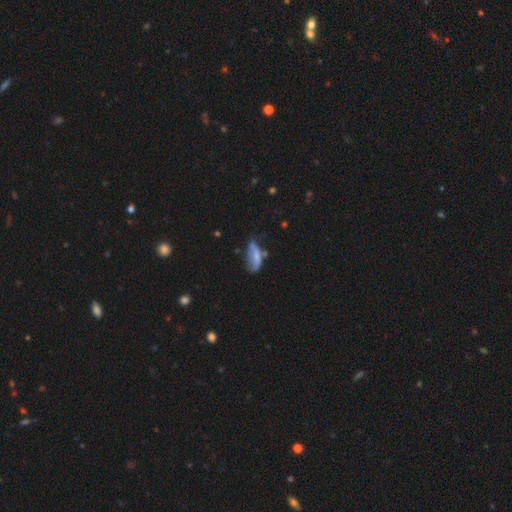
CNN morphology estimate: A smooth galaxy with no disk features (61%) that is in between round and cigar-shaped (76%).

Vote fractions:
- Smooth or featured? smooth: 61% / featured or disk: 31% / star or artifact: 9%
- How rounded? in between: 76% / cigar-shaped: 22% / round: 3%
- Merging? none: 34% (tied) / minor disturbance: 34% (tied) / major disturbance: 22% / merger: 10%